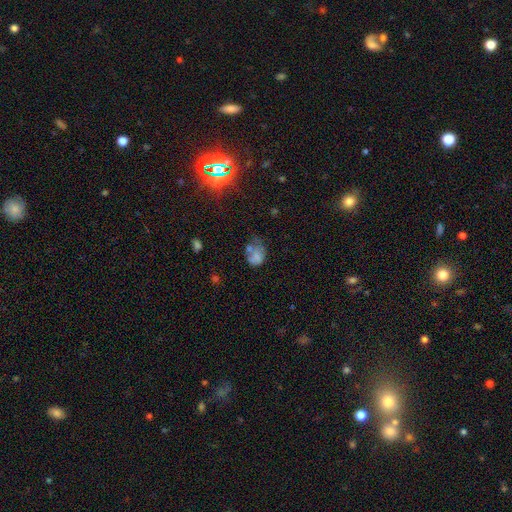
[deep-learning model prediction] smooth_or_featured: smooth (p=0.60) [alt: featured or disk p=0.25]
how_rounded: in between (p=0.67) [alt: round p=0.32]
merging: minor disturbance (p=0.28) [tied with: major disturbance p=0.28]